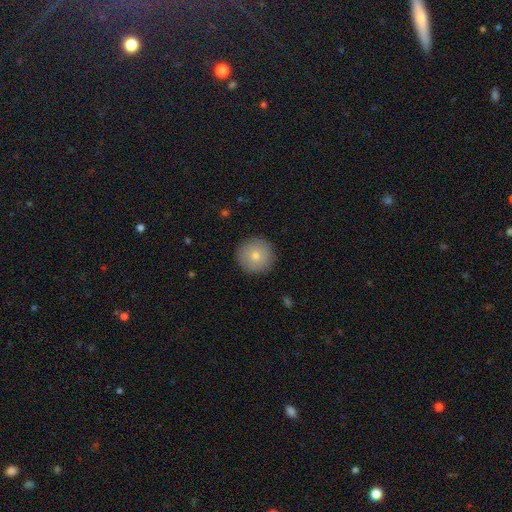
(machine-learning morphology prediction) smooth-or-featured: smooth: 77% | featured or disk: 15% | star or artifact: 8%
  how-rounded: round: 96% | in between: 3% | cigar-shaped: 1%
  merging: none: 91% | minor disturbance: 6% | major disturbance: 2% | merger: 1%